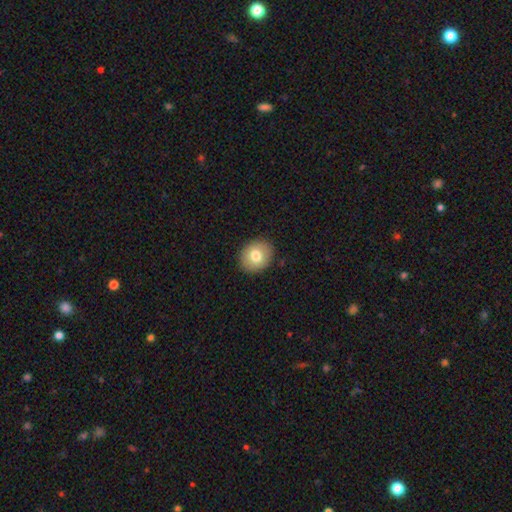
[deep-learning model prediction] Smooth or featured?
  - smooth: 75% *
  - featured or disk: 16%
  - star or artifact: 8%
How rounded?
  - round: 64% *
  - in between: 35%
  - cigar-shaped: 1%
Merging?
  - none: 89% *
  - minor disturbance: 8%
  - major disturbance: 2%
  - merger: 1%